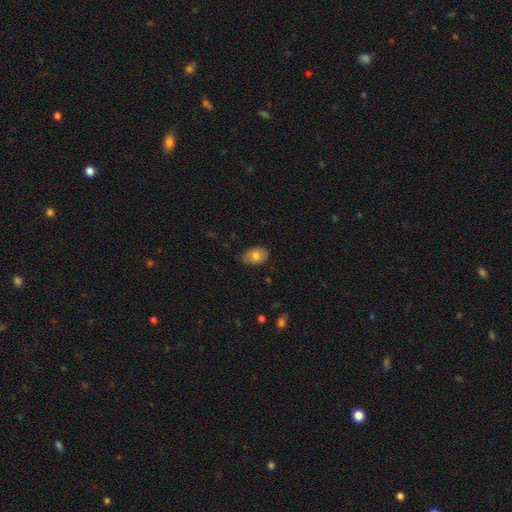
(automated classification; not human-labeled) smooth 77%, featured or disk 15%, star or artifact 7%. Down the decision tree: how rounded — in between (85%); merging — none (77%).